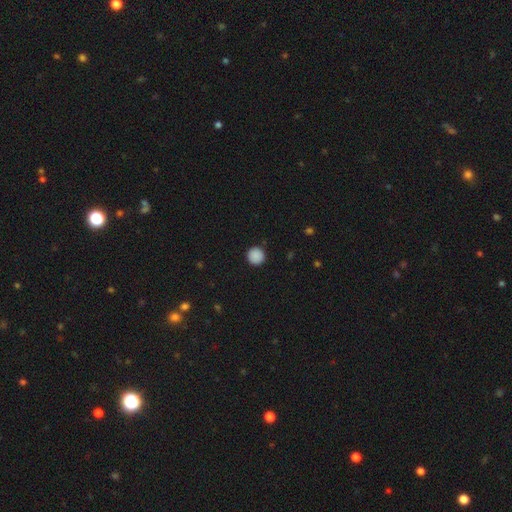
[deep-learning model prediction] A smooth galaxy with no disk features (88%) that is round (95%). Merging: none (92%).